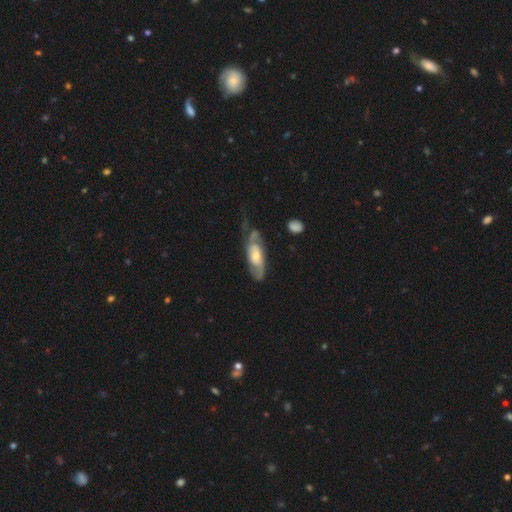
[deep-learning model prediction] Smooth or featured? featured or disk (69%)
Edge-on disk? no (86%)
Bar? no (64%)
Spiral arms? yes (83%)
Bulge size? moderate (57%)
Merging? none (48%)